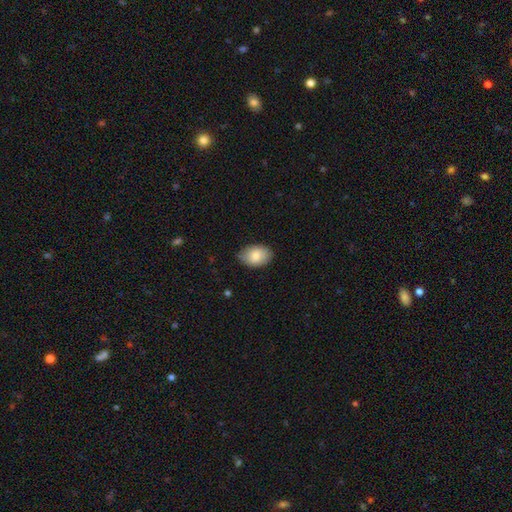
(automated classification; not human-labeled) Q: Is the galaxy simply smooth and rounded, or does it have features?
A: smooth — 82%.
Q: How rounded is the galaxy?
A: in between — 85%.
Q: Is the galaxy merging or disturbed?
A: none — 80%.